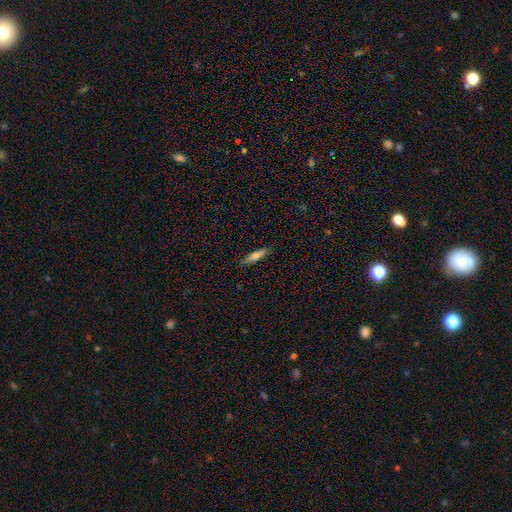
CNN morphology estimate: Smooth or featured?
  - smooth: 68% *
  - featured or disk: 25%
  - star or artifact: 7%
How rounded?
  - cigar-shaped: 74% *
  - in between: 24%
  - round: 2%
Merging?
  - none: 87% *
  - minor disturbance: 10%
  - major disturbance: 2%
  - merger: 1%